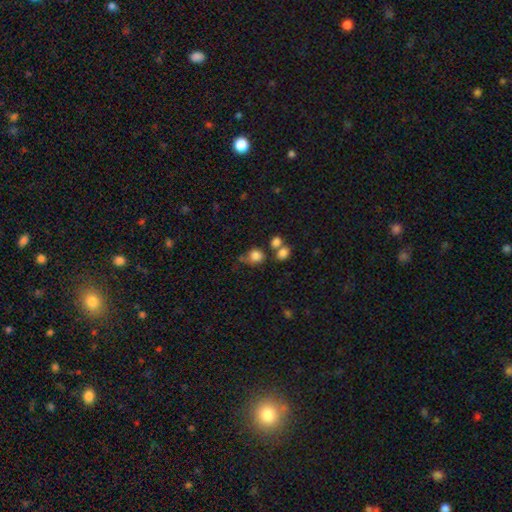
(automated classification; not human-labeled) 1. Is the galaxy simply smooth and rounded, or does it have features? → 81% smooth, 11% star or artifact, 8% featured or disk.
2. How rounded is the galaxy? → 74% round, 25% in between, 1% cigar-shaped.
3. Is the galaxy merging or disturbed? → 51% none, 27% merger, 15% minor disturbance, 7% major disturbance.